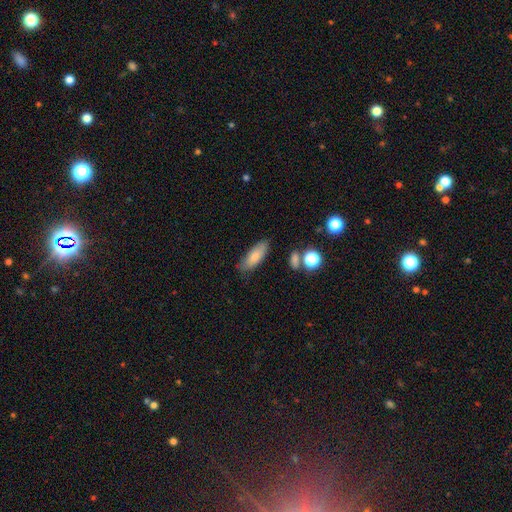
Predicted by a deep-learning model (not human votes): Smooth or featured?
  - smooth: 77% *
  - featured or disk: 15%
  - star or artifact: 8%
How rounded?
  - in between: 64% *
  - cigar-shaped: 33%
  - round: 3%
Merging?
  - none: 80% *
  - minor disturbance: 14%
  - major disturbance: 3%
  - merger: 3%